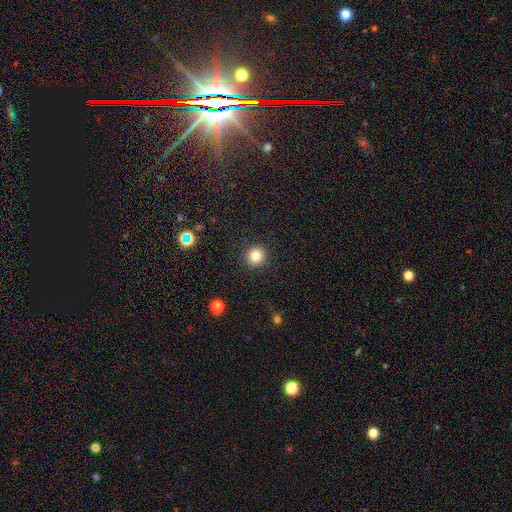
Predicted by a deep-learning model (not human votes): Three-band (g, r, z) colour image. It shows a smooth galaxy with no disk features (81%) that is round (94%). Merging: none (92%).